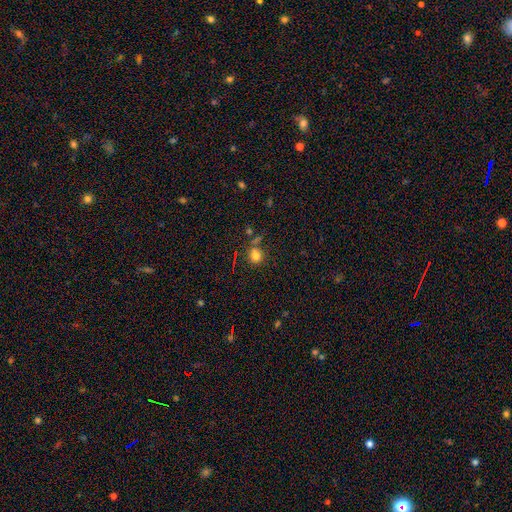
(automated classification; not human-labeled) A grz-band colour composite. It shows a smooth galaxy with no disk features (77%) that is round (85%). Merging: none (70%).